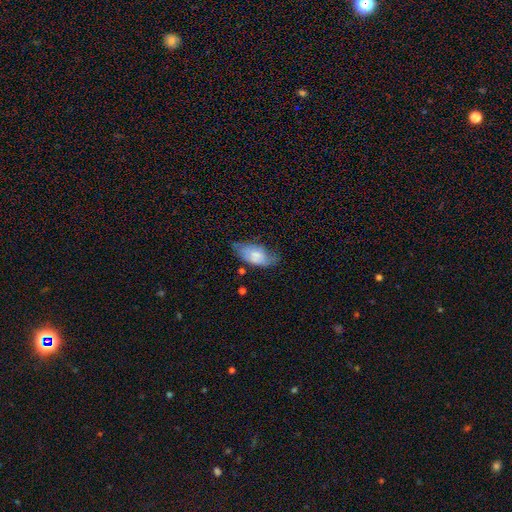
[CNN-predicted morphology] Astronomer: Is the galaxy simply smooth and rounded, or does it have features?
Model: smooth — 69%.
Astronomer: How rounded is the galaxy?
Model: in between — 92%.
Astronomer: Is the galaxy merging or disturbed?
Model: none — 48% (runner-up: minor disturbance, 37%).